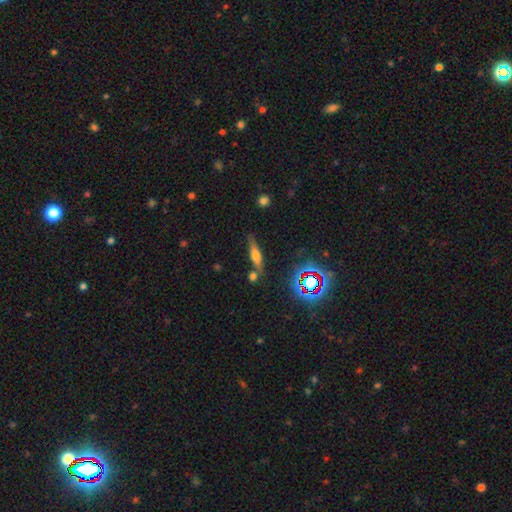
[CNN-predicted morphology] Smooth or featured: smooth — 42% (tied with featured or disk — 42%)
Merging: none — 69% (minor disturbance — 14%)